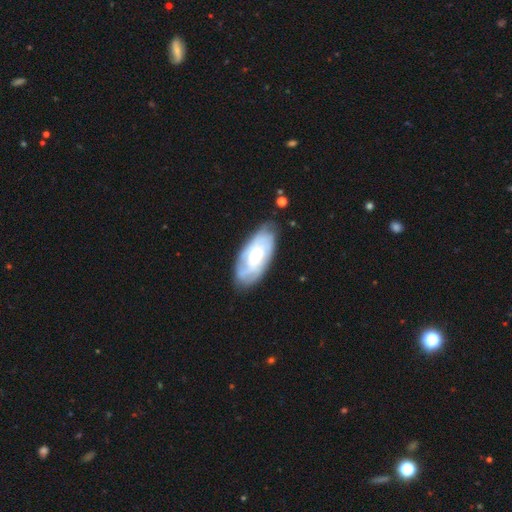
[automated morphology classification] A featured or disk galaxy (60%) with no bar (69%), spiral arms (82%) and a moderate central bulge (46%). Merging: none (71%).